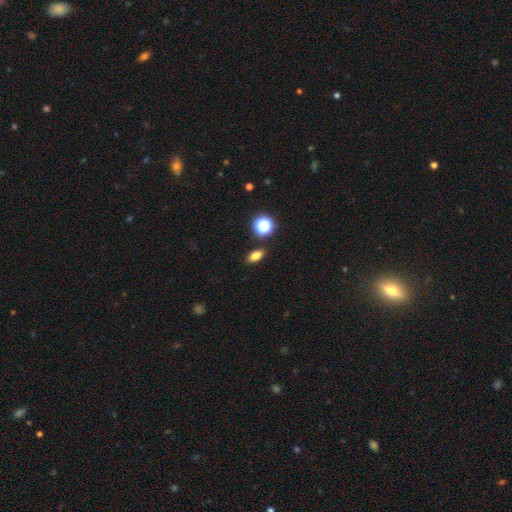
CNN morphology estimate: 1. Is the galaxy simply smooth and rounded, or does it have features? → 78% smooth, 14% star or artifact, 8% featured or disk.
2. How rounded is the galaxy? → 79% in between, 14% round, 7% cigar-shaped.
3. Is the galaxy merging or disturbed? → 87% none, 8% minor disturbance, 3% merger, 2% major disturbance.